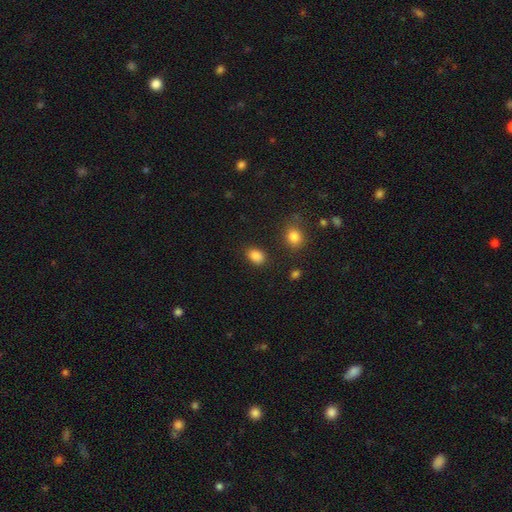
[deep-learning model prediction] Smooth or featured: smooth — 86% (star or artifact — 10%)
How rounded: in between — 71% (round — 28%)
Merging: none — 81% (minor disturbance — 12%)